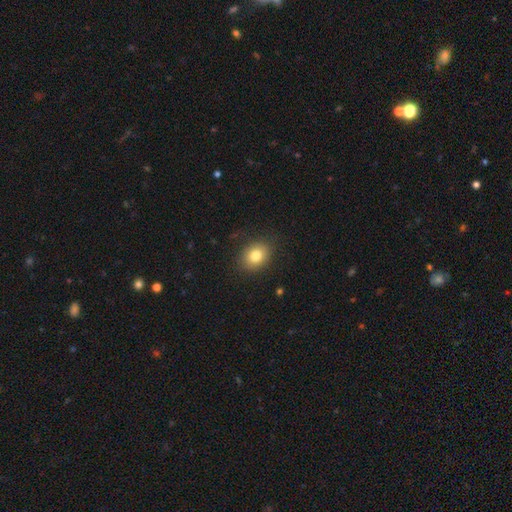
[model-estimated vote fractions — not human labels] Overall: smooth (81%). How rounded: in between (52%; round 47%). Merging: none (84%).